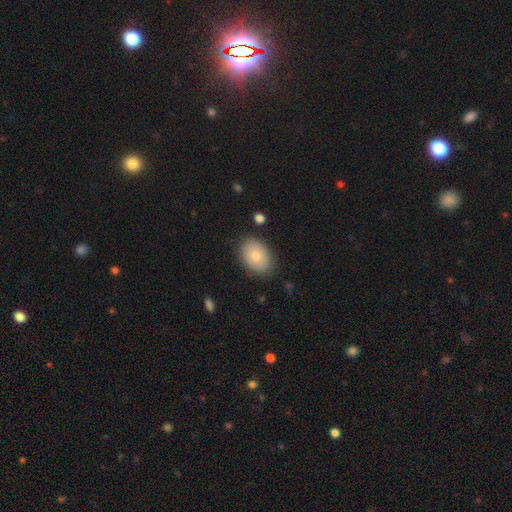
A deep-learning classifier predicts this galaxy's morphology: Smooth or featured: smooth — 77% (featured or disk — 16%)
How rounded: in between — 77% (round — 22%)
Merging: none — 82% (minor disturbance — 13%)